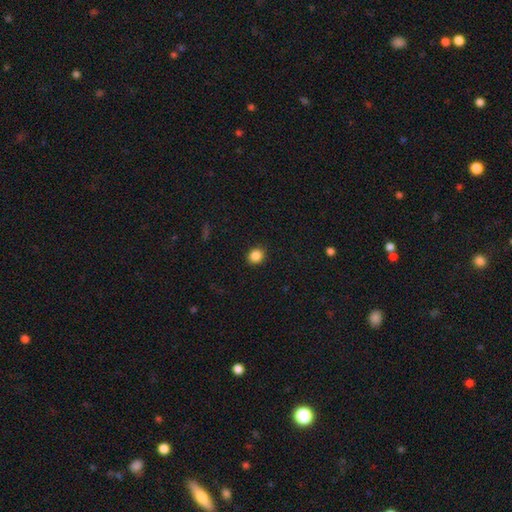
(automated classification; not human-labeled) The model was most divided on "how rounded": round: 74%, in between: 25%, cigar-shaped: 1%. More confident: merging — none (91%); smooth or featured — smooth (87%).